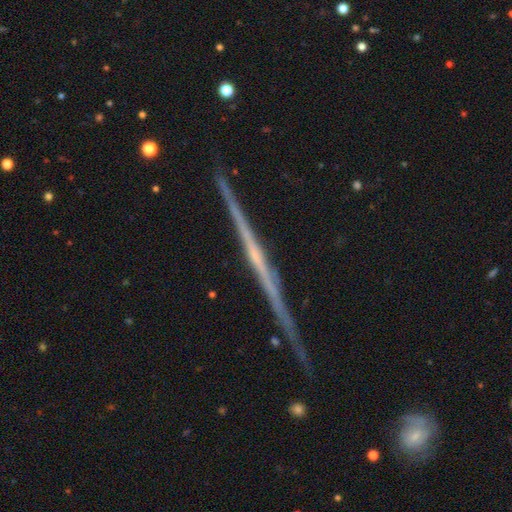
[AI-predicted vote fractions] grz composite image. It shows a featured or disk galaxy (83%) viewed edge-on (98%) with no central bulge (70%). Merging: none (88%).